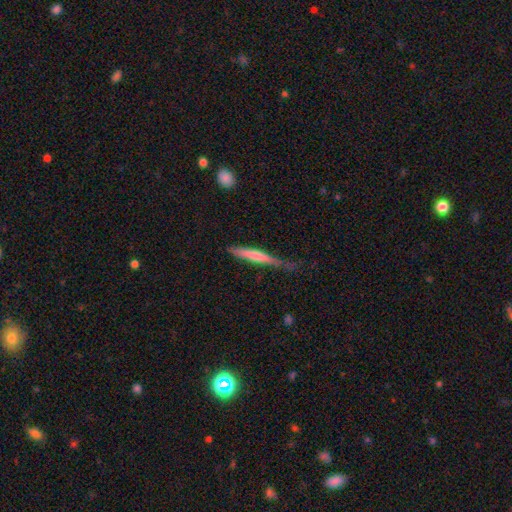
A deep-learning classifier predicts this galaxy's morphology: The model was most divided on "smooth or featured": smooth: 60%, featured or disk: 35%, star or artifact: 5%. More confident: how rounded — cigar-shaped (94%); merging — none (57%).